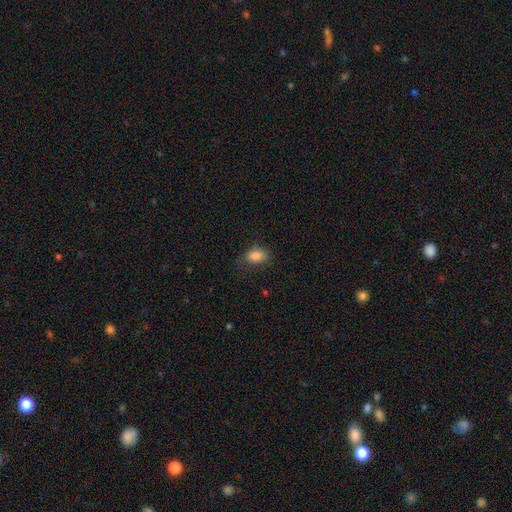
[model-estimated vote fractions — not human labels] Overall: smooth (85%). How rounded: in between (86%). Merging: none (69%).